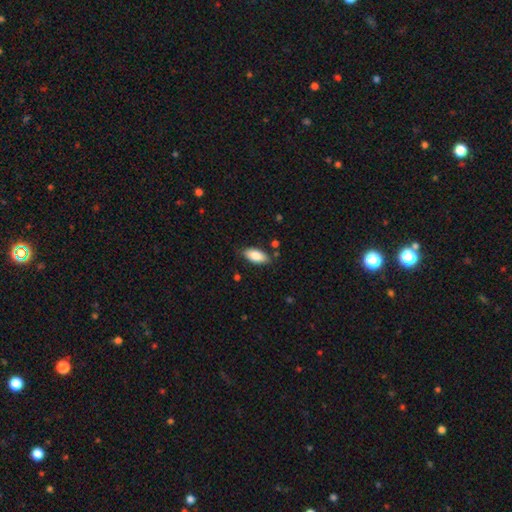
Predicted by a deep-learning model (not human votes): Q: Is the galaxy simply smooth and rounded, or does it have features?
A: smooth — 85%.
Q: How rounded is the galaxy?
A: in between — 89%.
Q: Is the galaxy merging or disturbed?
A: none — 81%.